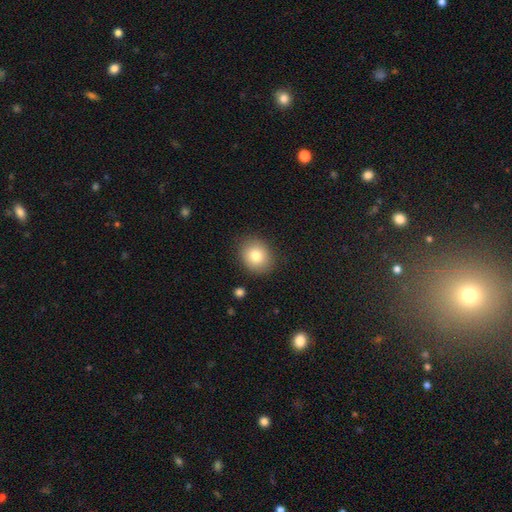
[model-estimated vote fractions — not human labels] Smooth or featured? Predicted: smooth (p=0.81). How rounded? Predicted: round (p=0.67). Merging? Predicted: none (p=0.87).